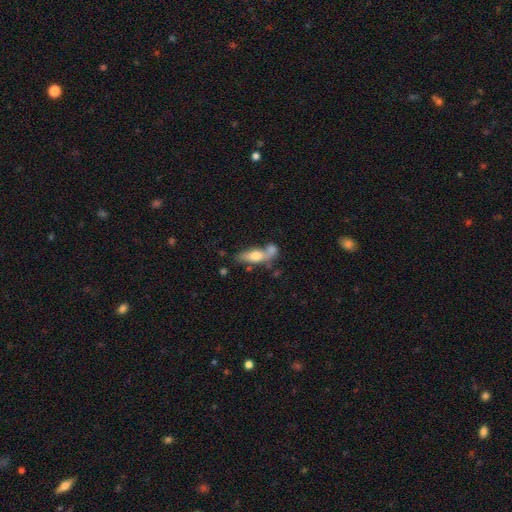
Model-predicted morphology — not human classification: smooth_or_featured: smooth (p=0.59) [alt: featured or disk p=0.33]
how_rounded: in between (p=0.56) [alt: cigar-shaped p=0.39]
merging: none (p=0.38) [tied with: merger p=0.38]